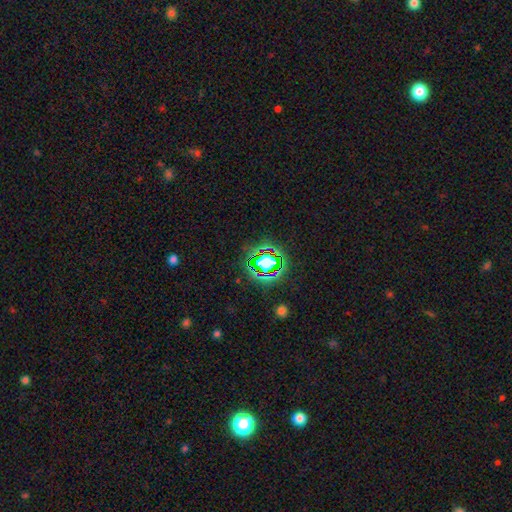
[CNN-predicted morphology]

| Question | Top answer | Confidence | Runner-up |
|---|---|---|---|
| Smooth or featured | star or artifact | 77% | smooth (14%) |